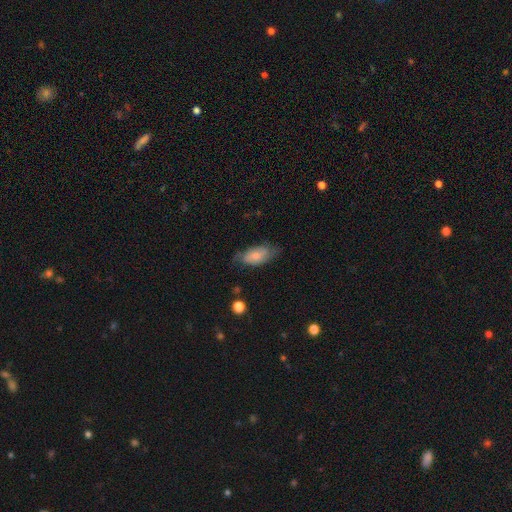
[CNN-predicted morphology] A smooth galaxy with no disk features (57%) that is in between round and cigar-shaped (89%). Merging: none (59%).